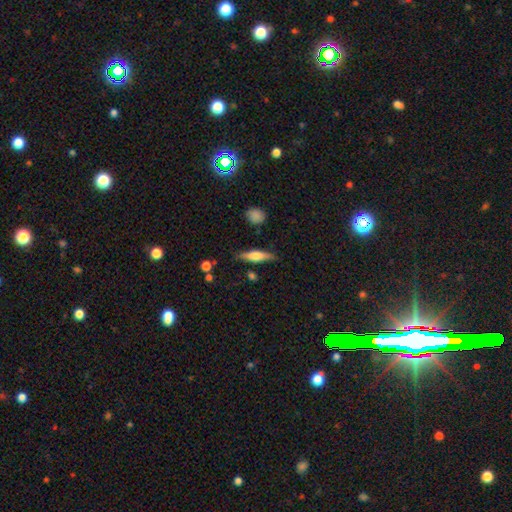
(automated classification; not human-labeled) smooth-or-featured: smooth: 56% | featured or disk: 37% | star or artifact: 7%
  how-rounded: cigar-shaped: 67% | in between: 31% | round: 2%
  merging: none: 80% | minor disturbance: 14% | major disturbance: 3% | merger: 3%